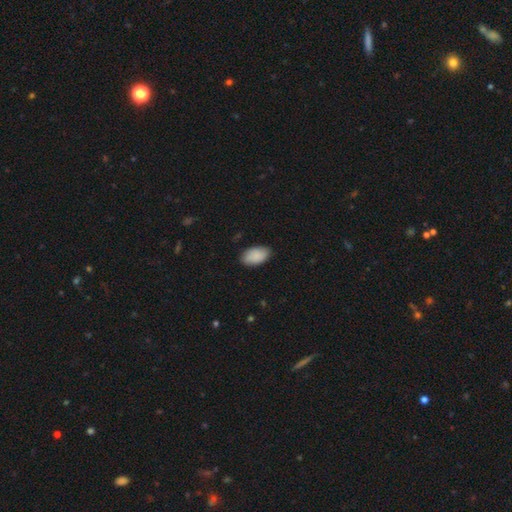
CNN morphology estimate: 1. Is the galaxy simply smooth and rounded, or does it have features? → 87% smooth, 7% featured or disk, 6% star or artifact.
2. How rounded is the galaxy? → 94% in between, 4% round, 1% cigar-shaped.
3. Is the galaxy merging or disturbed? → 83% none, 13% minor disturbance, 2% major disturbance, 1% merger.